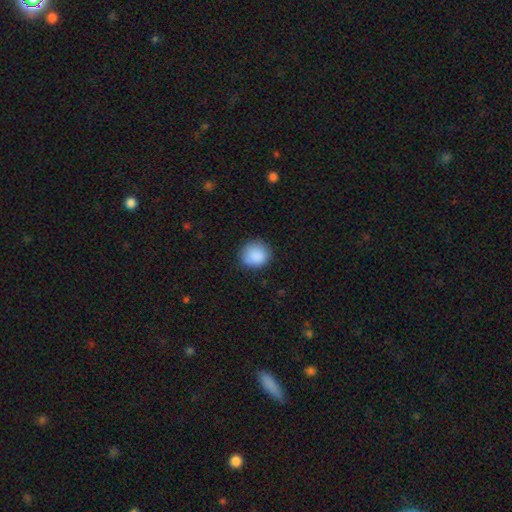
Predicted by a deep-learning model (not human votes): Morphology: type=smooth (88%); roundness=round (84%); merging=none (83%).